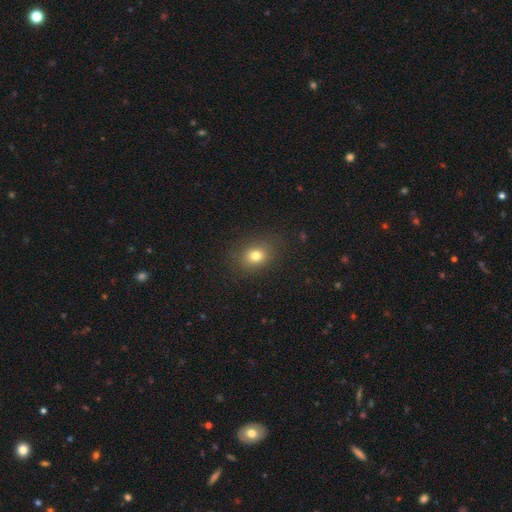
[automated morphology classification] A smooth galaxy with no disk features (77%) that is round (52%).

Vote fractions:
- Smooth or featured? smooth: 77% / star or artifact: 14% / featured or disk: 9%
- How rounded? round: 52% / in between: 47% / cigar-shaped: 1%
- Merging? none: 84% / minor disturbance: 10% / major disturbance: 4% / merger: 1%